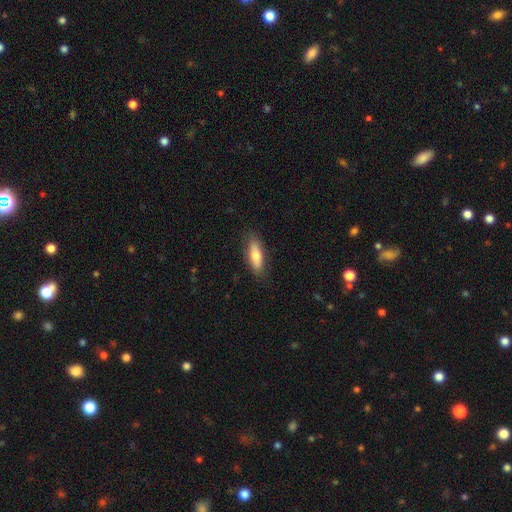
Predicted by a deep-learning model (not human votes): smooth_or_featured: smooth (p=0.72) [alt: featured or disk p=0.22]
how_rounded: in between (p=0.51) [alt: cigar-shaped p=0.47]
merging: none (p=0.84) [alt: minor disturbance p=0.12]